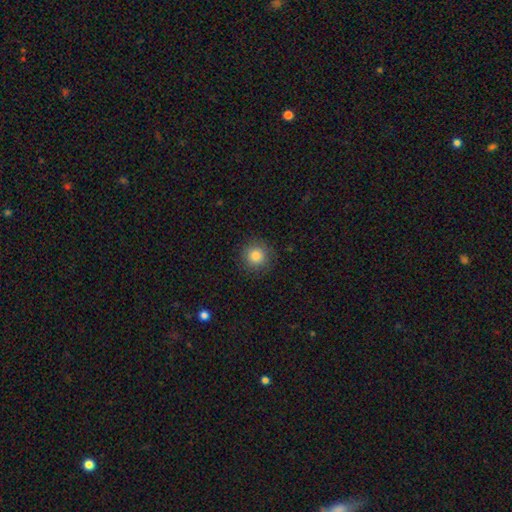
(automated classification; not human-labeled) The model was most divided on "smooth or featured": smooth: 83%, star or artifact: 11%, featured or disk: 6%. More confident: how rounded — round (95%); merging — none (88%).